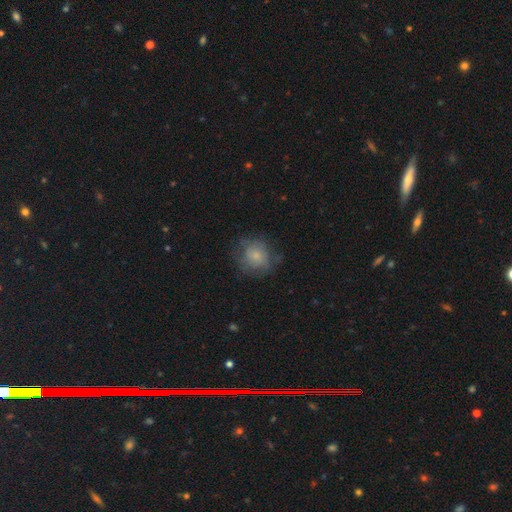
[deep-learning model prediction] Overall: smooth (66%). How rounded: round (82%). Merging: none (61%; minor disturbance 24%).